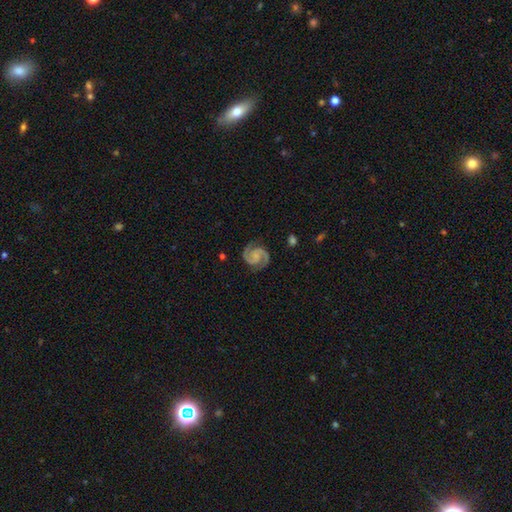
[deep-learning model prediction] Smooth or featured? Predicted: featured or disk (p=0.93). Edge-on disk? Predicted: no (p=0.99). Bar? Predicted: no (p=0.59). Spiral arms? Predicted: yes (p=0.99). Spiral winding? Predicted: medium (p=0.51). Spiral arm count? Predicted: 2 (p=0.94). Bulge size? Predicted: small (p=0.45). Merging? Predicted: none (p=0.85).